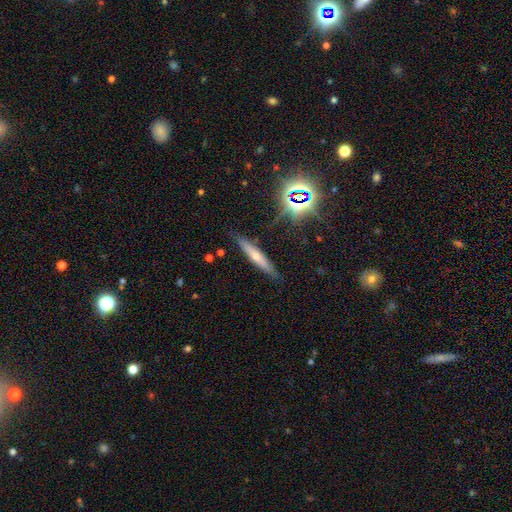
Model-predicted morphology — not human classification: Overall: featured or disk (42%; smooth 41%). Merging: none (85%).